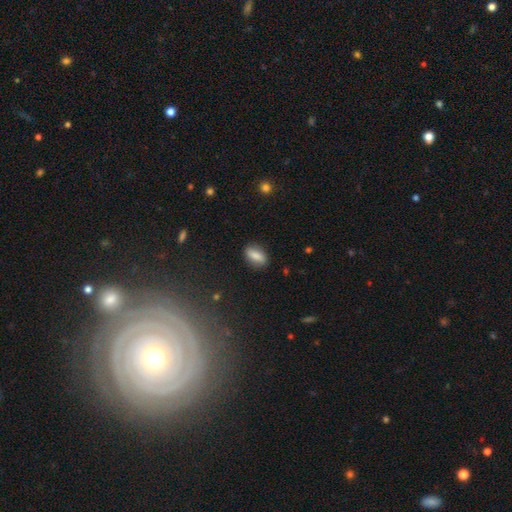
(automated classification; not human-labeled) Smooth or featured: smooth — 82% (featured or disk — 10%)
How rounded: in between — 84% (cigar-shaped — 9%)
Merging: none — 87% (minor disturbance — 10%)